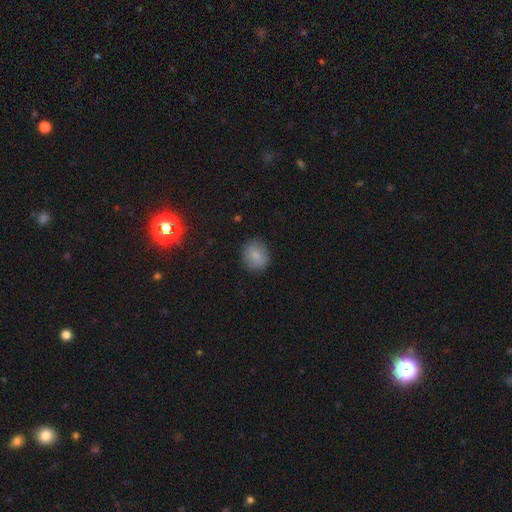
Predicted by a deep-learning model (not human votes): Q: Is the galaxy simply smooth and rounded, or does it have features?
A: smooth — 83%.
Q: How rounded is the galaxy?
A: round — 76%.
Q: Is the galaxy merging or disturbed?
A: none — 86%.